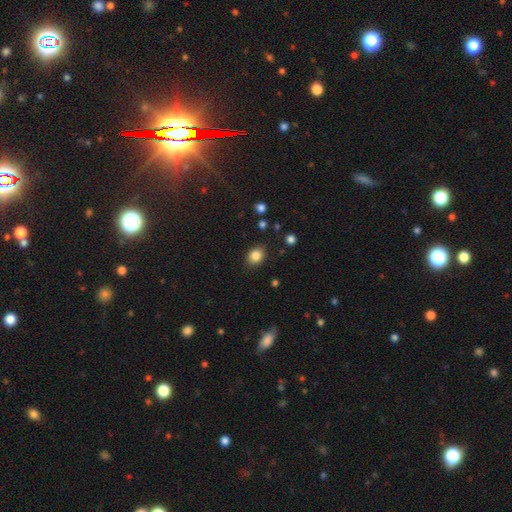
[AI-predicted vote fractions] This is clearly a smooth galaxy (85%). How rounded: possibly in between (53%). Merging: clearly none (85%).